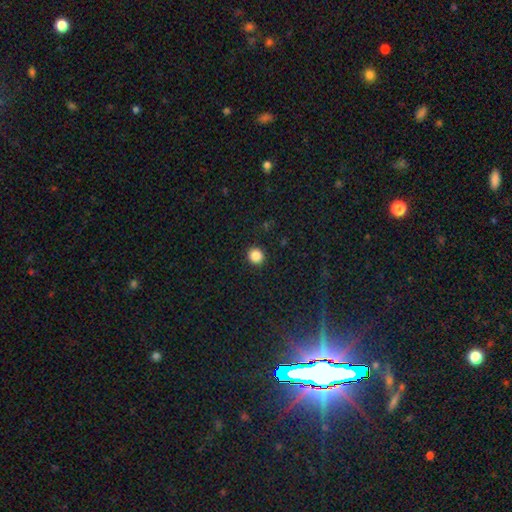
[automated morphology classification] This is clearly a smooth galaxy (87%). How rounded: clearly round (88%). Merging: clearly none (92%).